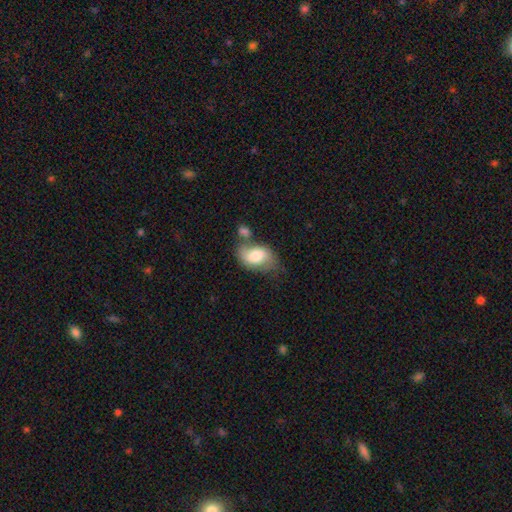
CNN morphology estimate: smooth-or-featured: smooth: 66% | featured or disk: 27% | star or artifact: 7%
  how-rounded: in between: 88% | round: 10% | cigar-shaped: 2%
  merging: none: 41% | merger: 25% | minor disturbance: 23% | major disturbance: 11%